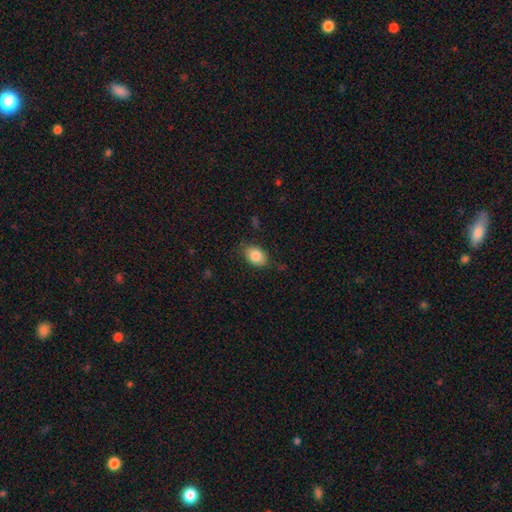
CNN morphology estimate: A smooth galaxy with no disk features (84%) that is in between round and cigar-shaped (80%). Merging: none (79%).